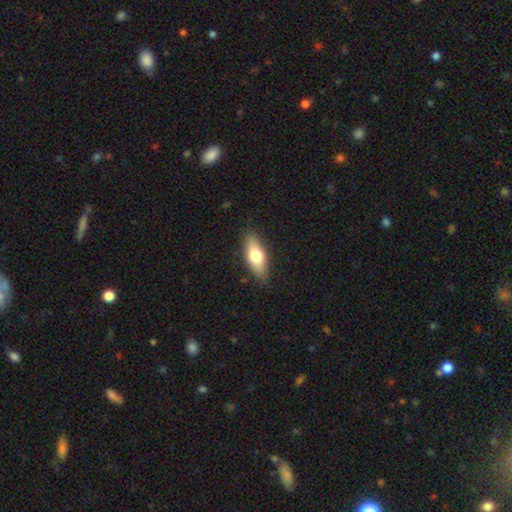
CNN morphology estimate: type=smooth (70%); roundness=in between (75%); merging=none (84%).